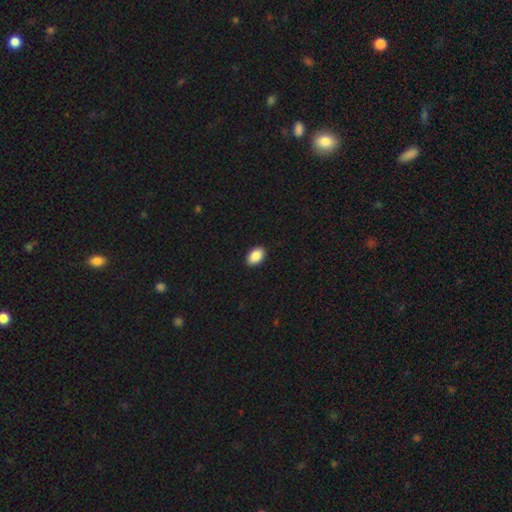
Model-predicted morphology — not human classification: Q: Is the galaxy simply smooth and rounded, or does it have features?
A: smooth — 89%.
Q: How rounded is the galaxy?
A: in between — 91%.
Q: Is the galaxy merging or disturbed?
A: none — 91%.